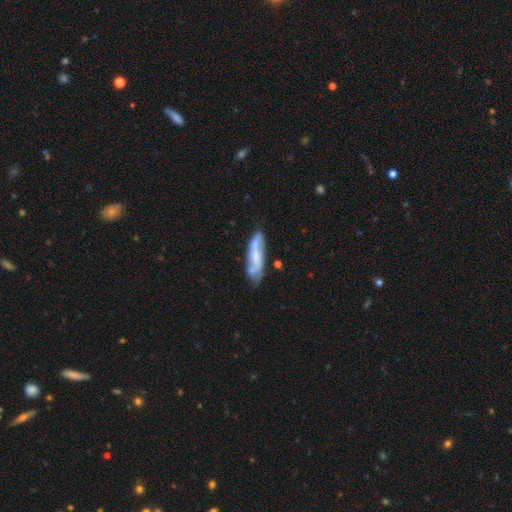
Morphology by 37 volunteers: Overall: featured or disk (57%; smooth 41%). Edge-on disk: no (95%). Bar: strong (35%, tied with no). Spiral arms: yes (70%; no 30%). Spiral arm count: 2 (93%). Spiral winding: loose (57%; medium 36%). Bulge size: small (35%; none 30%). Merging: none (56%; minor disturbance 28%).